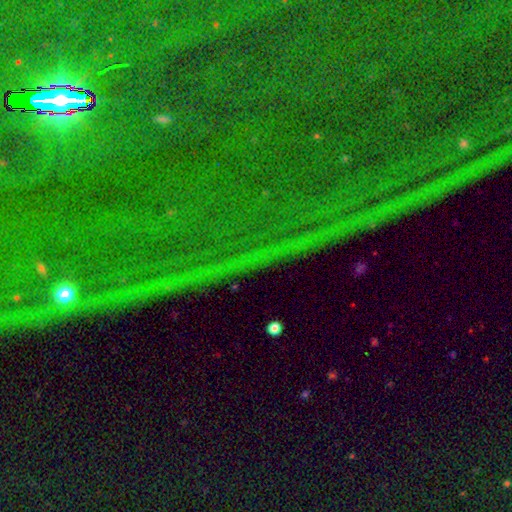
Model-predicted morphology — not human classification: A star or artifact, not a galaxy (84%).

Vote fractions:
- Smooth or featured? star or artifact: 84% / featured or disk: 9% / smooth: 7%